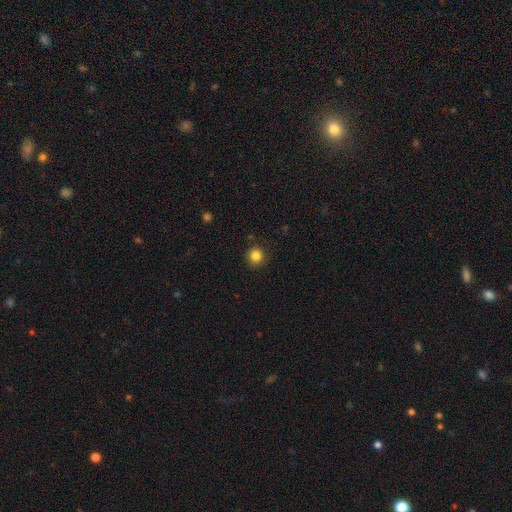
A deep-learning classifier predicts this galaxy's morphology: This is clearly a smooth galaxy (84%). How rounded: clearly round (93%). Merging: clearly none (90%).